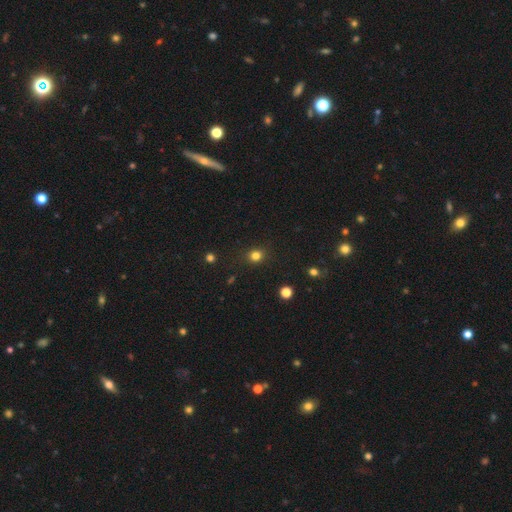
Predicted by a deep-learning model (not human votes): The model was most divided on "how rounded": round: 79%, in between: 20%, cigar-shaped: 1%. More confident: merging — none (87%); smooth or featured — smooth (80%).